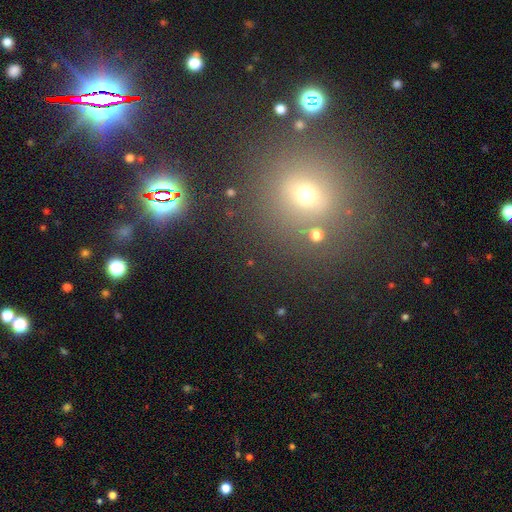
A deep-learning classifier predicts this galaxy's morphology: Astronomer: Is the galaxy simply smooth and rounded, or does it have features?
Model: star or artifact — 51% (runner-up: smooth, 38%).